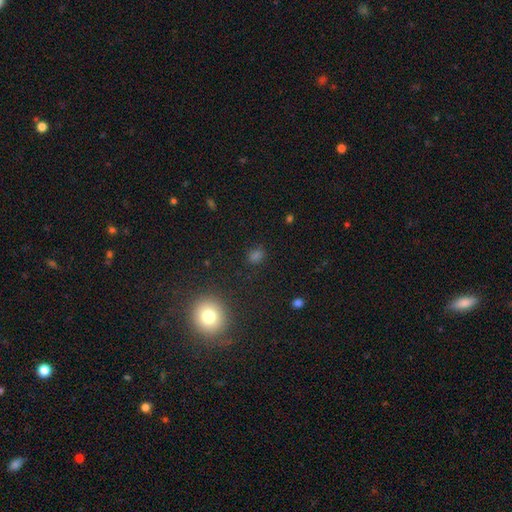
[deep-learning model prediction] Q: Smooth or featured?
A: smooth (67%); runner-up: star or artifact (27%)
Q: How rounded?
A: round (69%); runner-up: in between (29%)
Q: Merging?
A: none (83%); runner-up: minor disturbance (10%)